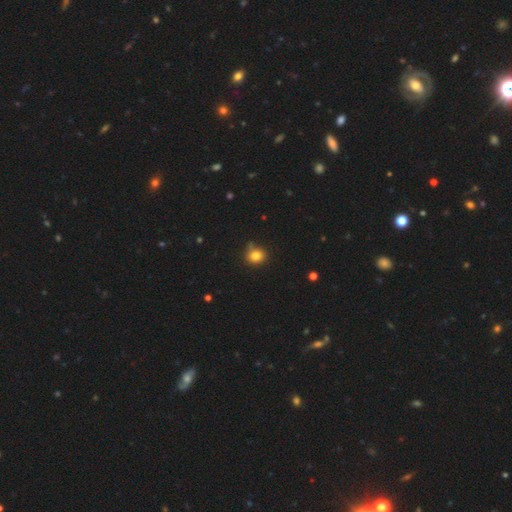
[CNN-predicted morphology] This is clearly a smooth galaxy (82%). How rounded: likely round (79%). Merging: likely none (75%).